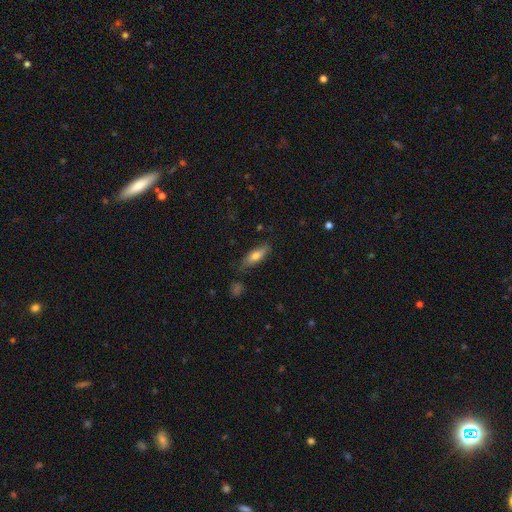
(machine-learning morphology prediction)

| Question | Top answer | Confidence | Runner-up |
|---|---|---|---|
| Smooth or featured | smooth | 70% | featured or disk (23%) |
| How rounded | in between | 58% | cigar-shaped (39%) |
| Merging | none | 74% | minor disturbance (20%) |